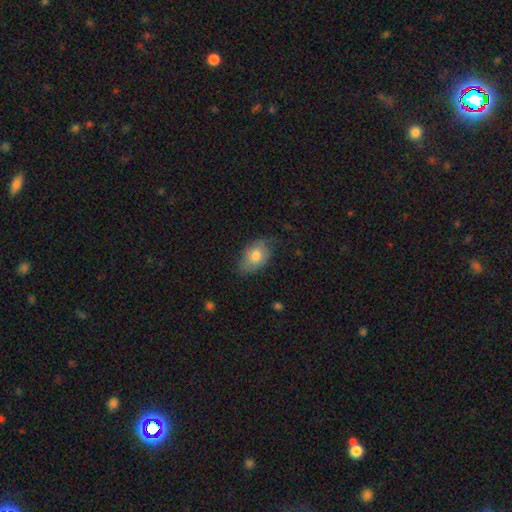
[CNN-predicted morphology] This is likely a smooth galaxy (72%). How rounded: clearly in between (87%). Merging: possibly none (56%).